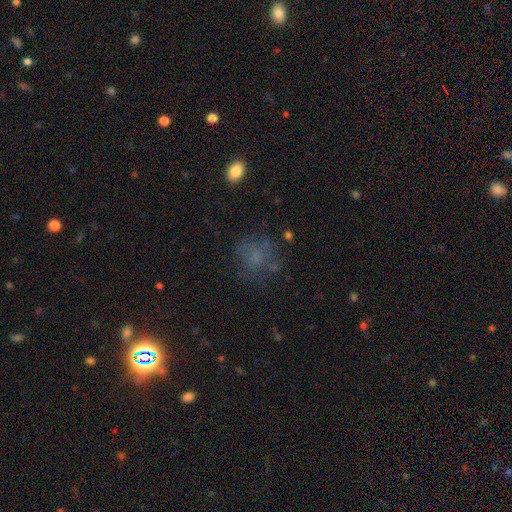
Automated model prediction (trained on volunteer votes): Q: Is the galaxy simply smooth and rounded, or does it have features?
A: smooth — 52%.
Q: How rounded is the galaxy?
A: round — 73%.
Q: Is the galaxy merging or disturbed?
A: none — 61%.